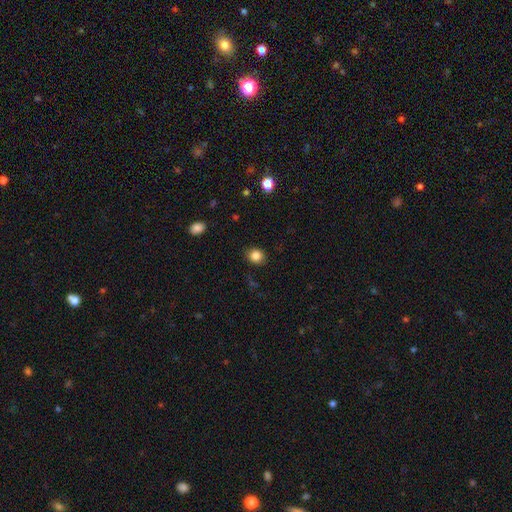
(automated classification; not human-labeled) The model was most divided on "how rounded": round: 66%, in between: 34%, cigar-shaped: 1%. More confident: merging — none (86%); smooth or featured — smooth (84%).